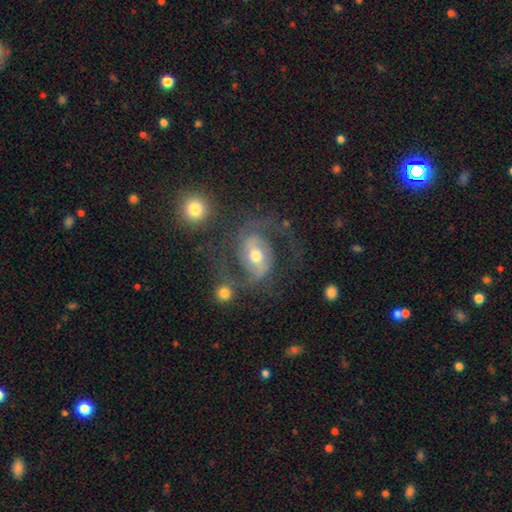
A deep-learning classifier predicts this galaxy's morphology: featured or disk 82%, smooth 13%, star or artifact 6%. Down the decision tree: edge-on disk — no (97%); bar — weak (41%); spiral arms — yes (91%); spiral arm count — 2 (90%); spiral winding — medium (55%); bulge size — moderate (75%); merging — none (59%).